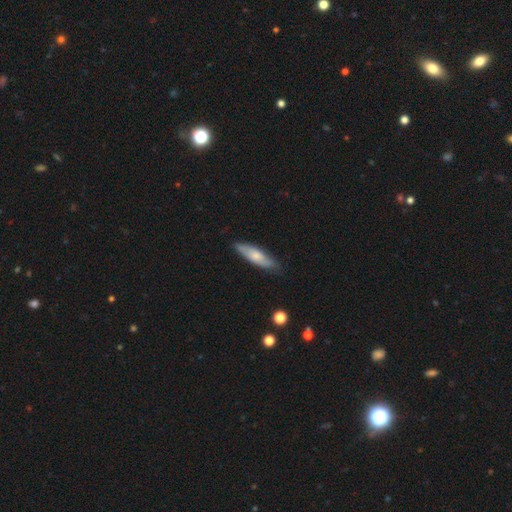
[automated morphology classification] A smooth galaxy with no disk features (63%) that is cigar-shaped (63%). Merging: none (78%).